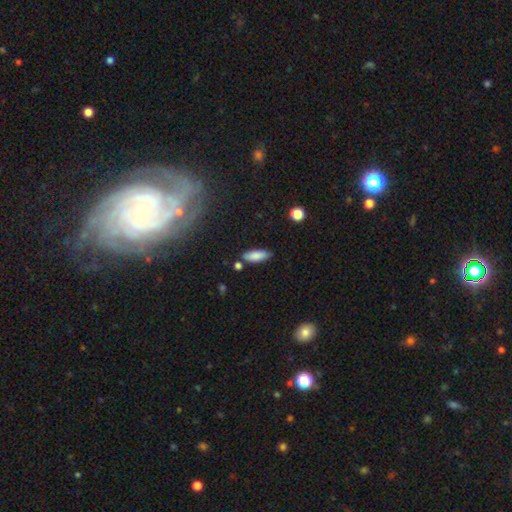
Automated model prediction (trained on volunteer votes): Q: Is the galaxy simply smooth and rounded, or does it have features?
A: smooth — 85%.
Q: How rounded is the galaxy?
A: in between — 64%.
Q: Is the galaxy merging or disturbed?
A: none — 80%.